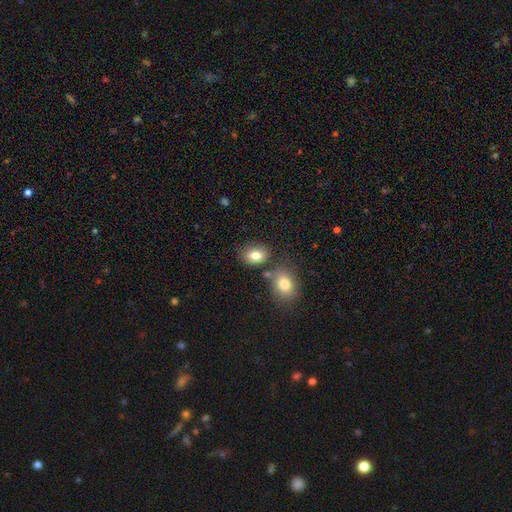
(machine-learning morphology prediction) Smooth or featured? smooth (81%)
How rounded? in between (69%)
Merging? none (69%)